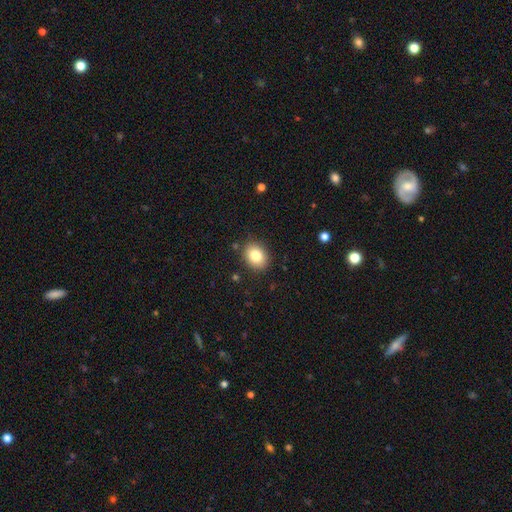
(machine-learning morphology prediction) Smooth or featured? Predicted: smooth (p=0.82). How rounded? Predicted: in between (p=0.54). Merging? Predicted: none (p=0.87).